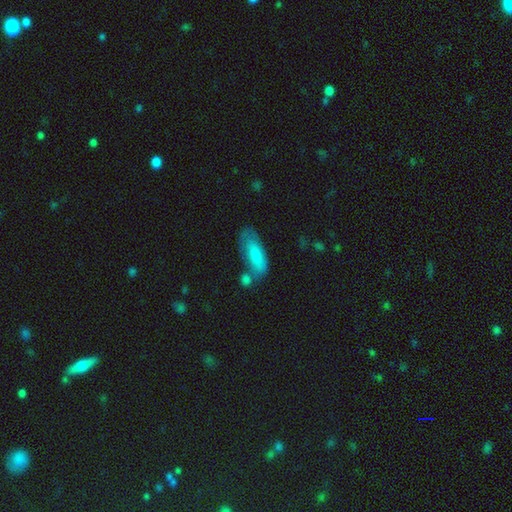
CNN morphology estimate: Smooth or featured: smooth — 76% (featured or disk — 17%)
How rounded: in between — 73% (cigar-shaped — 24%)
Merging: none — 46% (minor disturbance — 26%)